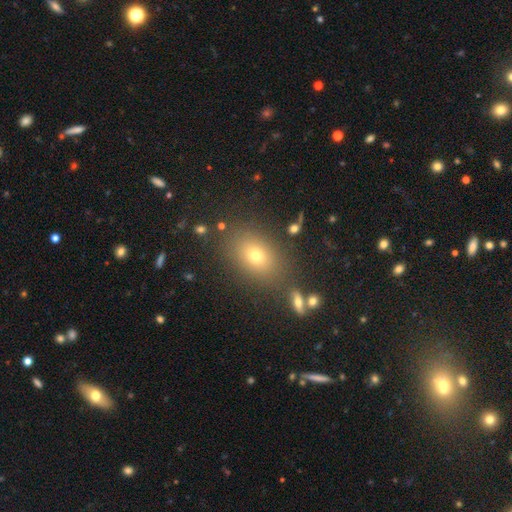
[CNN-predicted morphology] smooth 72%, star or artifact 16%, featured or disk 13%. Down the decision tree: how rounded — in between (74%); merging — none (81%).